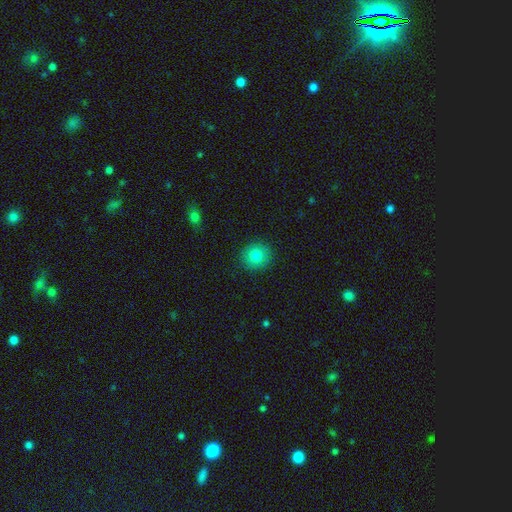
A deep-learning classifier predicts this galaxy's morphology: smooth_or_featured: smooth (p=0.81) [alt: star or artifact p=0.10]
how_rounded: round (p=0.90) [alt: in between p=0.09]
merging: none (p=0.91) [alt: minor disturbance p=0.06]